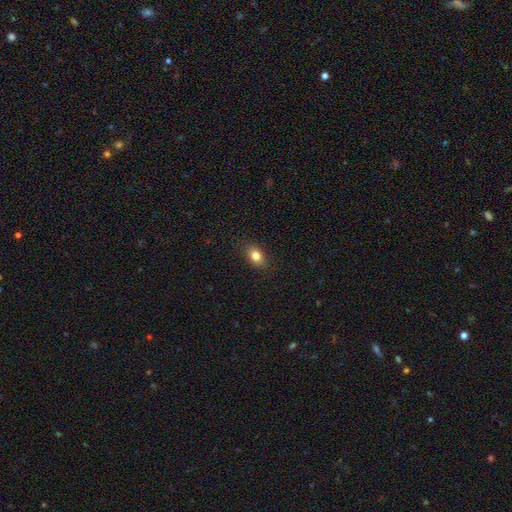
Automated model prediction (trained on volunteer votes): Smooth or featured? Predicted: smooth (p=0.82). How rounded? Predicted: in between (p=0.80). Merging? Predicted: none (p=0.88).